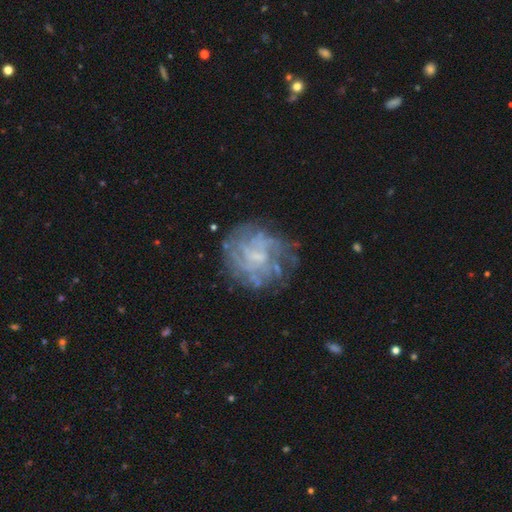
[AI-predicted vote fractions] Smooth or featured: featured or disk — 71% (smooth — 17%)
Edge-on disk: no — 98% (yes — 2%)
Bar: no — 54% (weak — 38%)
Spiral arms: yes — 67% (no — 33%)
Bulge size: small — 39% (tied with none — 39%)
Merging: none — 68% (minor disturbance — 17%)